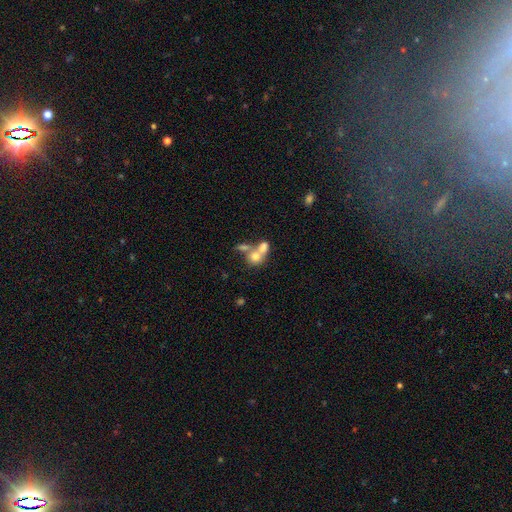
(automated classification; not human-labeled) smooth 67%, featured or disk 22%, star or artifact 11%. Down the decision tree: how rounded — round (59%); merging — merger (65%).